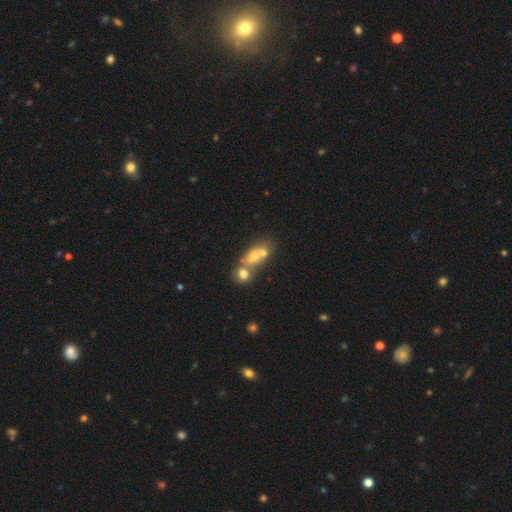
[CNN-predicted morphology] This appears to be a smooth galaxy with no disk features (62%) that is in between round and cigar-shaped (49%). Merging: merger (60%).